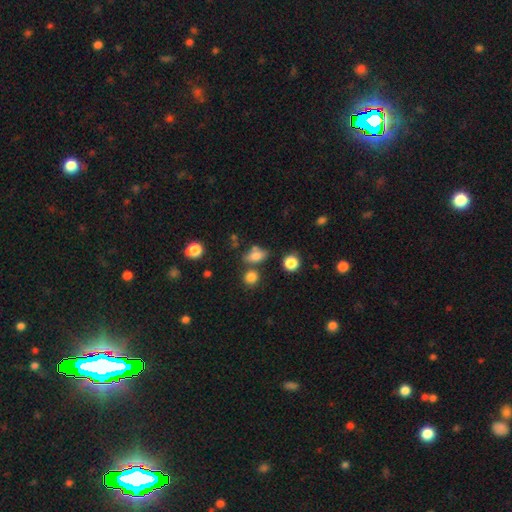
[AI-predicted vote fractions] This is likely a smooth galaxy (74%). How rounded: likely in between (74%). Merging: likely none (62%).